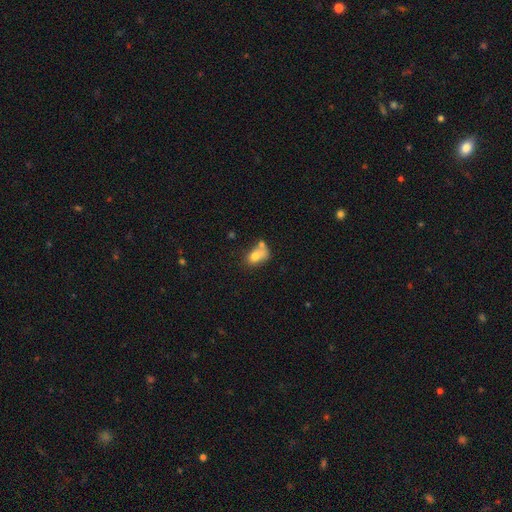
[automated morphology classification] Smooth or featured? smooth (71%)
How rounded? in between (74%)
Merging? merger (40%)